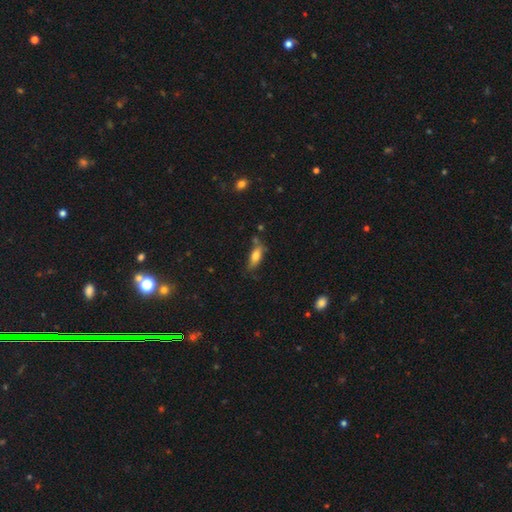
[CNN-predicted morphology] The model was most divided on "merging": none: 62%, minor disturbance: 23%, merger: 8%, major disturbance: 6%. More confident: smooth or featured — smooth (74%); how rounded — in between (70%).